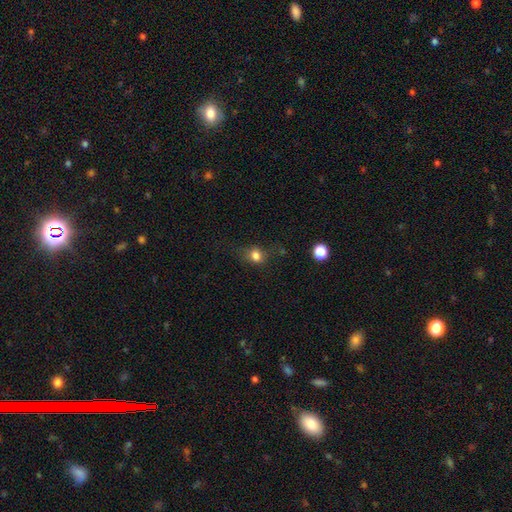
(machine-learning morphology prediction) A smooth galaxy with no disk features (78%) that is round (61%). Merging: none (64%).